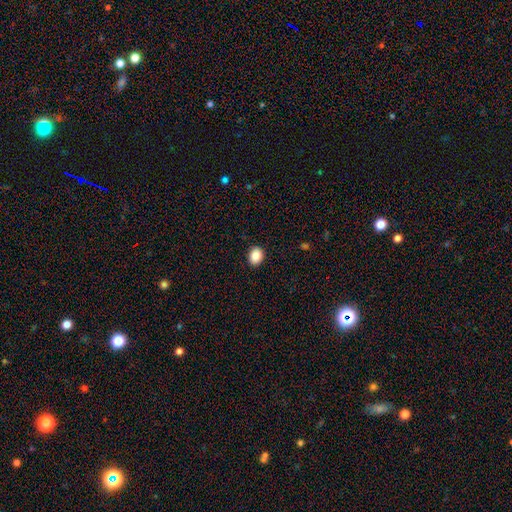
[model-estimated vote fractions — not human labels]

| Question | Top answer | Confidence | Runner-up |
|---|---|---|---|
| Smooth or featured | smooth | 87% | star or artifact (9%) |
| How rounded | in between | 52% | round (47%) |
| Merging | none | 91% | minor disturbance (7%) |